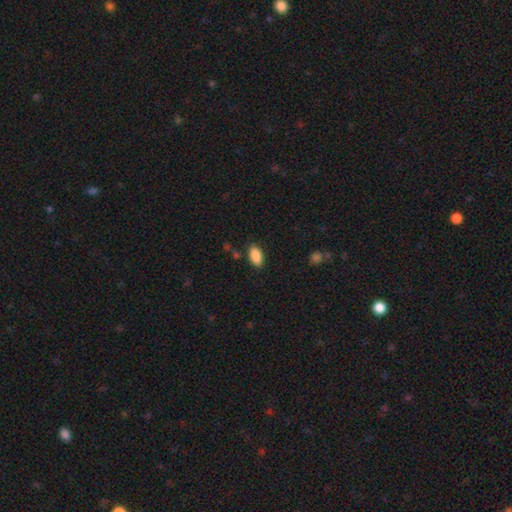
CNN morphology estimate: smooth 89%, star or artifact 7%, featured or disk 4%. Down the decision tree: how rounded — in between (93%); merging — none (85%).